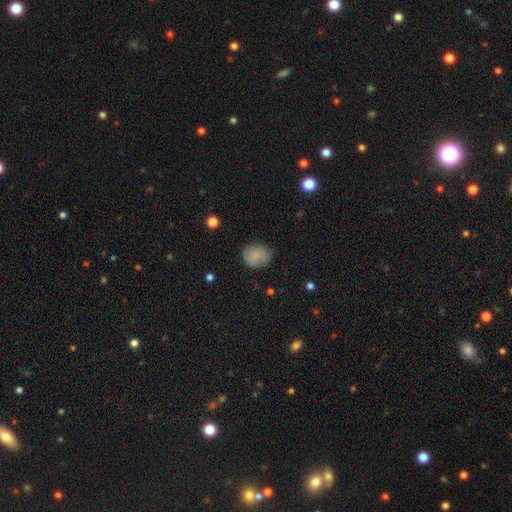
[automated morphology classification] This appears to be a smooth galaxy with no disk features (82%) that is round (68%). Merging: none (76%).